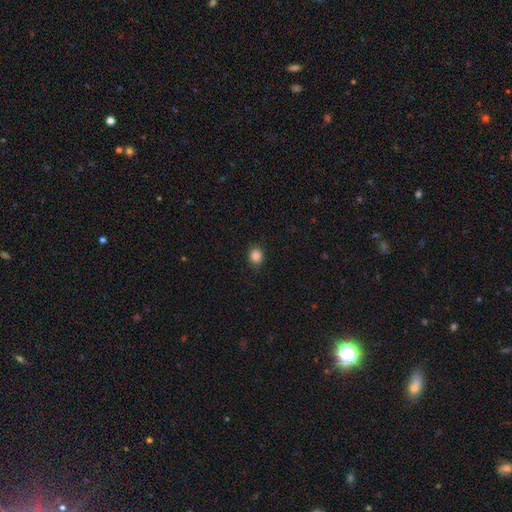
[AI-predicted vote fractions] Smooth or featured: smooth — 86% (star or artifact — 11%)
How rounded: round — 74% (in between — 25%)
Merging: none — 89% (minor disturbance — 8%)